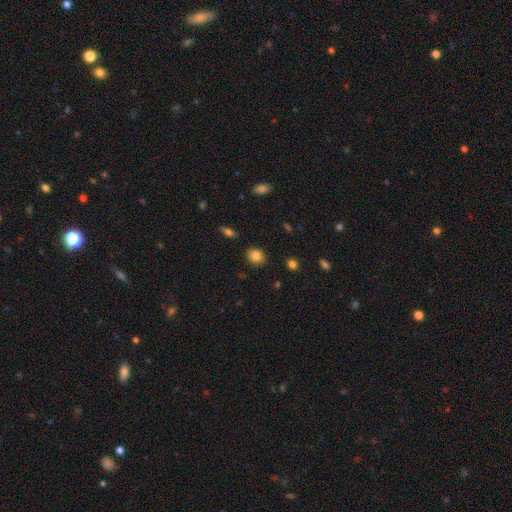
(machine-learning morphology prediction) A smooth galaxy with no disk features (84%) that is round (56%). Merging: none (87%).